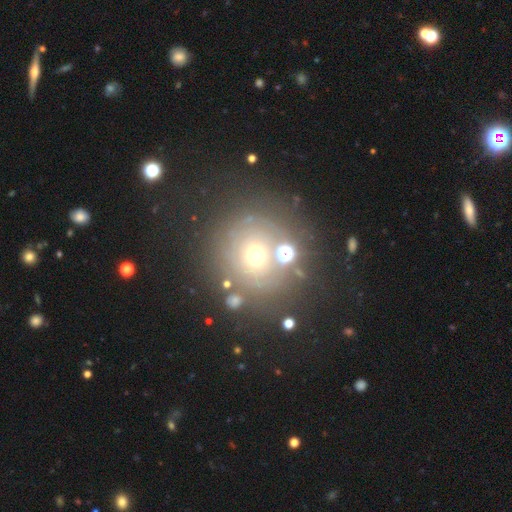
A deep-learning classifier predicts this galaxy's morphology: Smooth or featured? Predicted: smooth (p=0.44). Merging? Predicted: none (p=0.72).